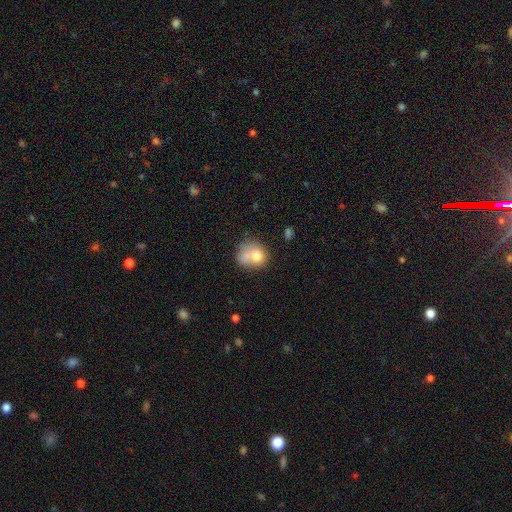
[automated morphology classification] Smooth or featured: smooth — 71% (featured or disk — 19%)
How rounded: round — 66% (in between — 33%)
Merging: merger — 40% (none — 33%)